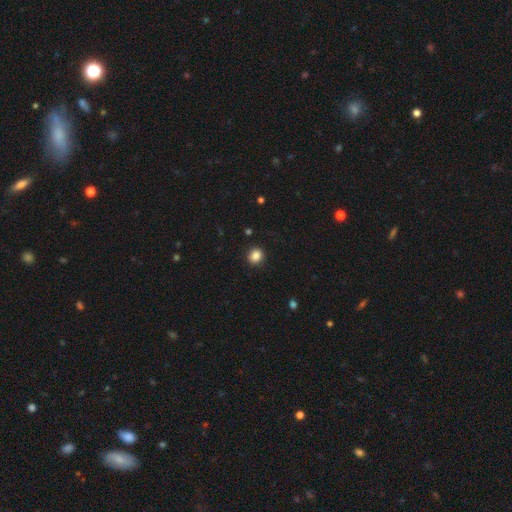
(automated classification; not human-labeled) smooth 86%, star or artifact 10%, featured or disk 4%. Down the decision tree: how rounded — round (81%); merging — none (90%).